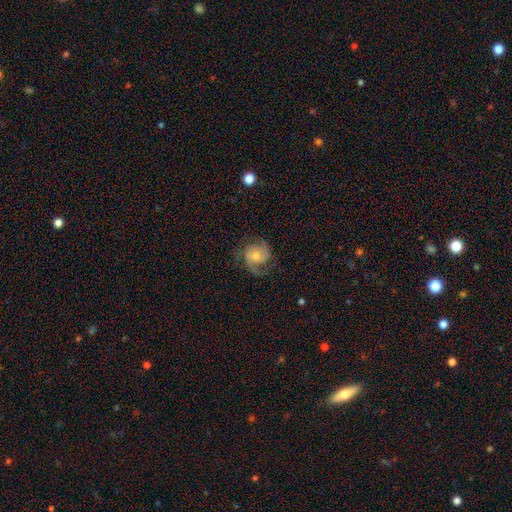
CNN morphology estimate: smooth_or_featured: featured or disk (p=0.84) [alt: smooth p=0.09]
disk_edge_on: no (p=0.98) [alt: yes p=0.02]
bar: no (p=0.70) [alt: weak p=0.25]
has_spiral_arms: yes (p=0.97) [alt: no p=0.03]
spiral_winding: medium (p=0.49) [alt: tight p=0.35]
spiral_arm_count: 2 (p=0.70) [alt: 3 p=0.11]
bulge_size: small (p=0.48) [alt: moderate p=0.46]
merging: none (p=0.73) [alt: minor disturbance p=0.16]